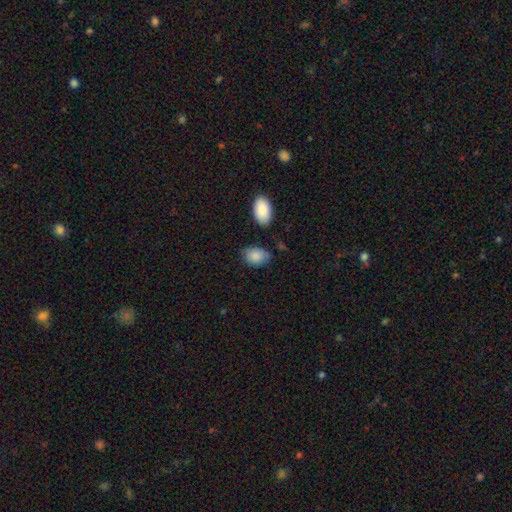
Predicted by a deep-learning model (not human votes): This is clearly a smooth galaxy (88%). How rounded: clearly in between (81%). Merging: likely none (69%).